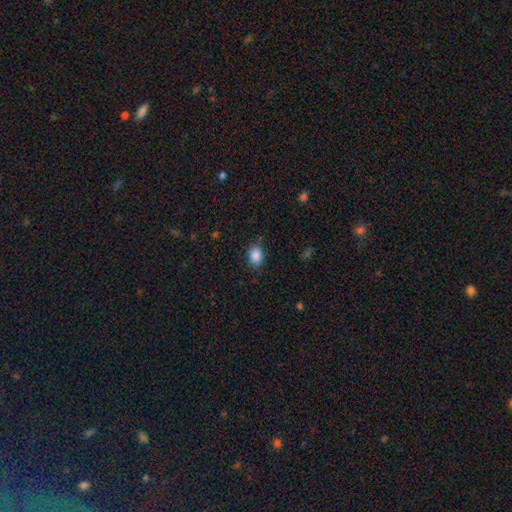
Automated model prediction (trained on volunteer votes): smooth-or-featured: smooth: 88% | star or artifact: 9% | featured or disk: 4%
  how-rounded: in between: 65% | round: 34% | cigar-shaped: 1%
  merging: none: 83% | minor disturbance: 13% | major disturbance: 3% | merger: 1%